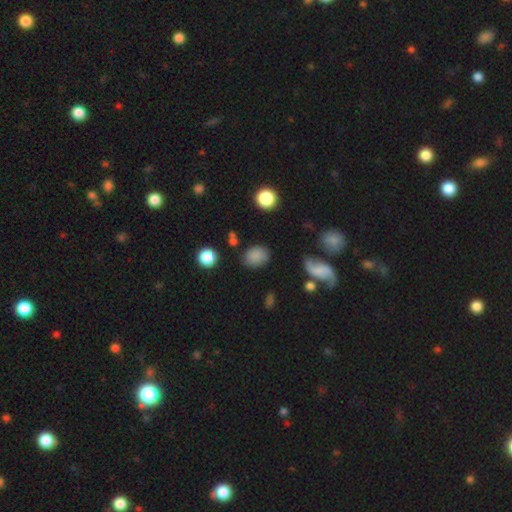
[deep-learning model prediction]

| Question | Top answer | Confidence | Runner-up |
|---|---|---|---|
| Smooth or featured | smooth | 81% | star or artifact (11%) |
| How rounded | in between | 56% | round (43%) |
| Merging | none | 74% | minor disturbance (16%) |